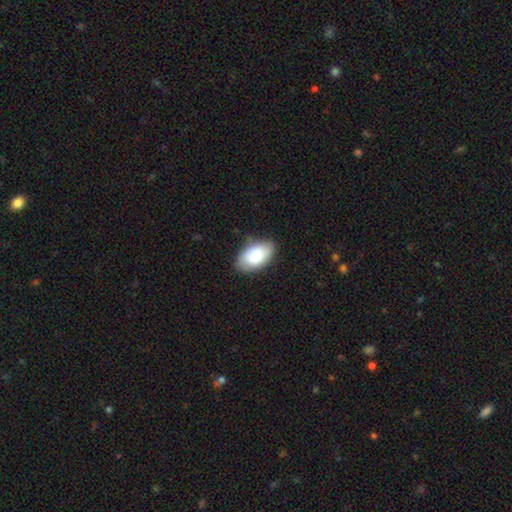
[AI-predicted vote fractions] This appears to be a smooth galaxy with no disk features (82%) that is in between round and cigar-shaped (95%). Merging: none (83%).